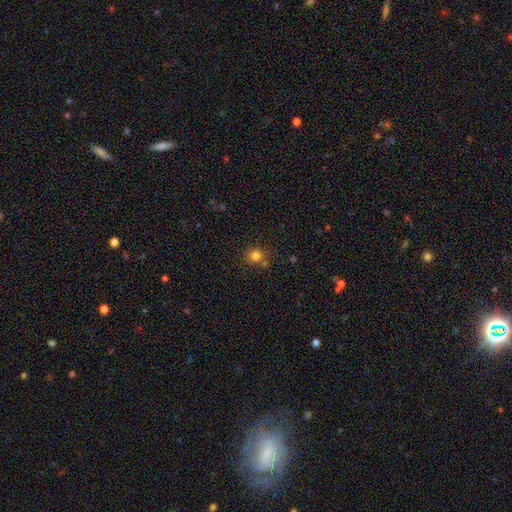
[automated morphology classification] Smooth or featured: smooth — 80% (star or artifact — 14%)
How rounded: round — 89% (in between — 11%)
Merging: none — 74% (minor disturbance — 11%)